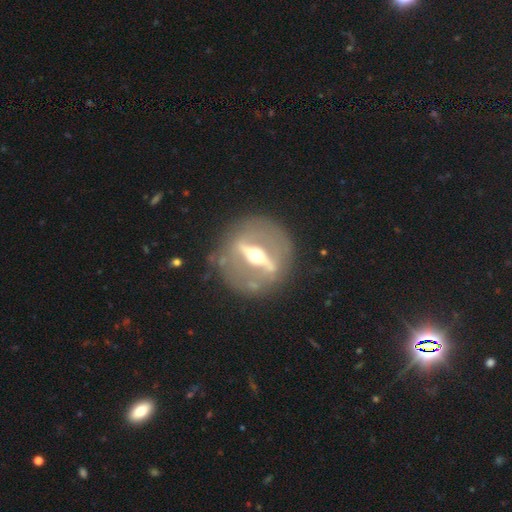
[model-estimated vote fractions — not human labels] Q: Smooth or featured?
A: featured or disk (85%); runner-up: smooth (9%)
Q: Edge-on disk?
A: no (52%); runner-up: yes (48%)
Q: Merging?
A: none (81%); runner-up: minor disturbance (10%)